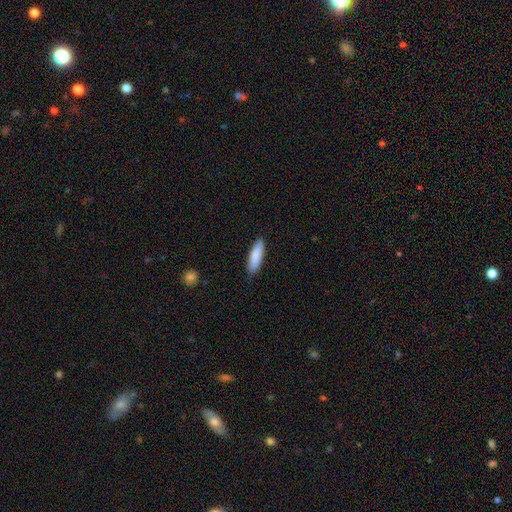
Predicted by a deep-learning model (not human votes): This is clearly a smooth galaxy (86%). How rounded: likely cigar-shaped (61%). Merging: clearly none (86%).